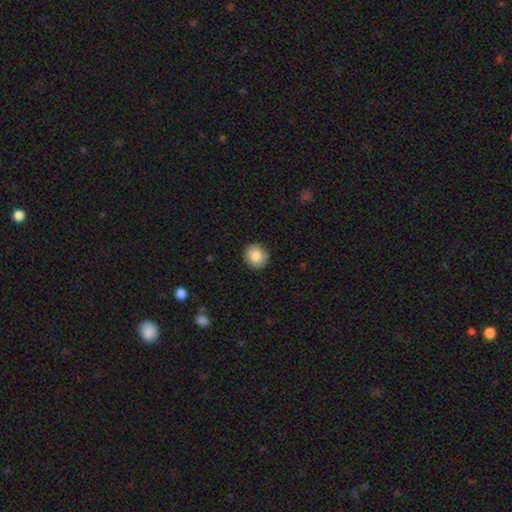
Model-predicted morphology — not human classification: A smooth galaxy with no disk features (85%) that is round (91%).

Vote fractions:
- Smooth or featured? smooth: 85% / star or artifact: 8% / featured or disk: 7%
- How rounded? round: 91% / in between: 8% / cigar-shaped: 1%
- Merging? none: 90% / minor disturbance: 7% / major disturbance: 2% / merger: 1%